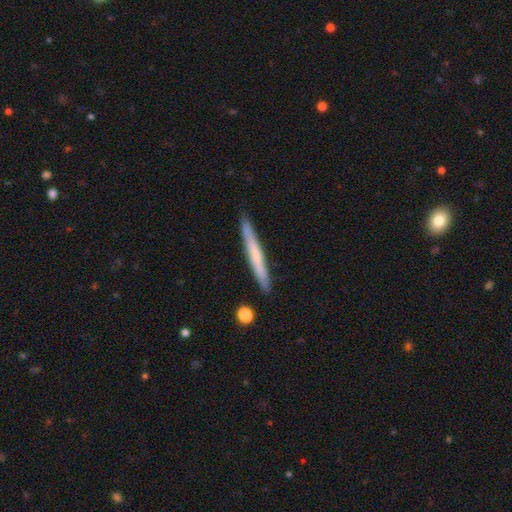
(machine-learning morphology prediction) A smooth galaxy with no disk features (55%) that is cigar-shaped (97%).

Vote fractions:
- Smooth or featured? smooth: 55% / featured or disk: 40% / star or artifact: 6%
- How rounded? cigar-shaped: 97% / in between: 2% / round: 1%
- Merging? none: 89% / minor disturbance: 8% / merger: 2% / major disturbance: 1%